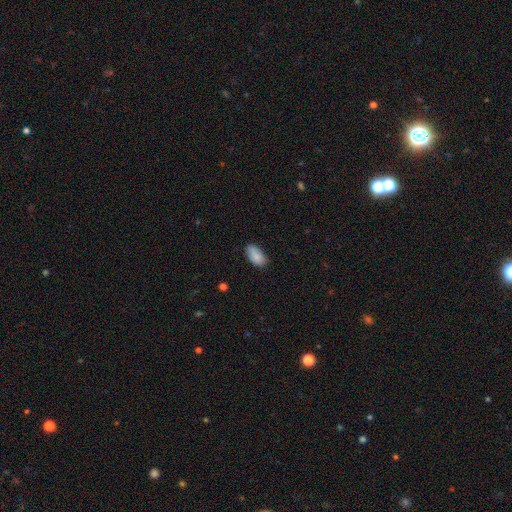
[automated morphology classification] Smooth or featured? Predicted: smooth (p=0.89). How rounded? Predicted: in between (p=0.94). Merging? Predicted: none (p=0.79).